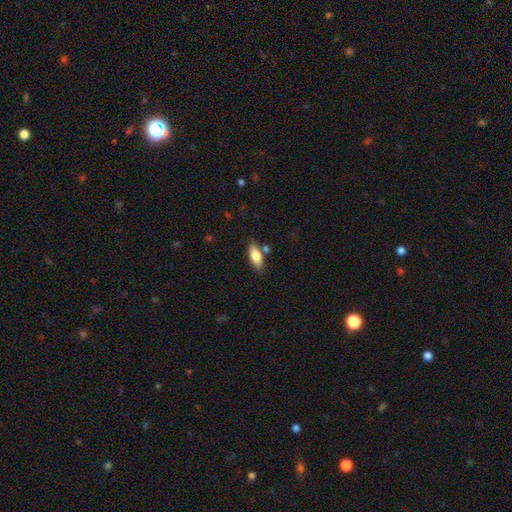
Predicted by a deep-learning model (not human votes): The model was most divided on "how rounded": in between: 79%, cigar-shaped: 19%, round: 2%. More confident: smooth or featured — smooth (81%); merging — none (77%).